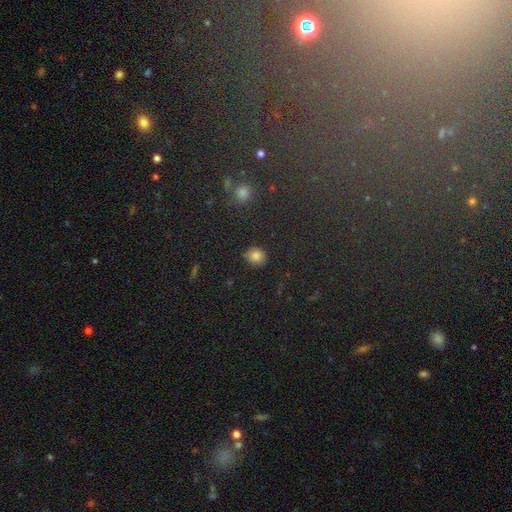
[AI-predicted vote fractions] Q: Smooth or featured?
A: smooth (82%); runner-up: star or artifact (12%)
Q: How rounded?
A: round (75%); runner-up: in between (24%)
Q: Merging?
A: none (83%); runner-up: minor disturbance (13%)